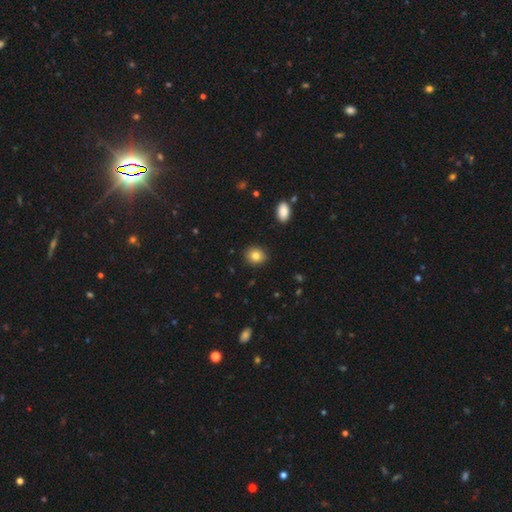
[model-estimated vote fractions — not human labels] A smooth galaxy with no disk features (83%) that is round (65%). Merging: none (90%).